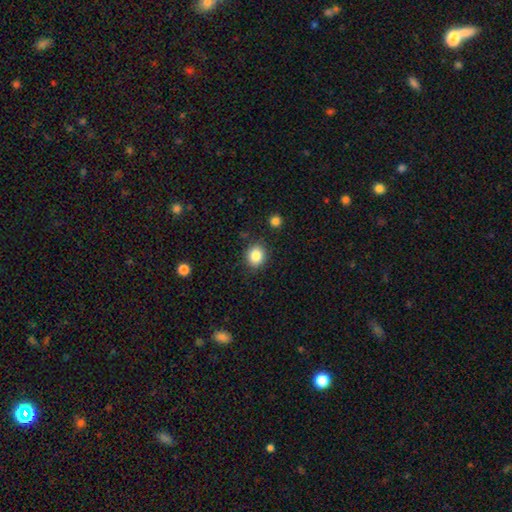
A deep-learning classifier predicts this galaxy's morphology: smooth_or_featured: smooth (p=0.84) [alt: star or artifact p=0.10]
how_rounded: round (p=0.75) [alt: in between p=0.24]
merging: none (p=0.86) [alt: minor disturbance p=0.09]